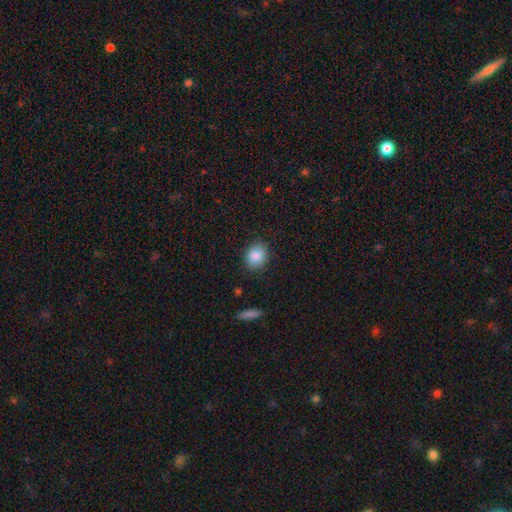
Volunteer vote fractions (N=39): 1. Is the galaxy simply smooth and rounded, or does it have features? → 85% smooth, 10% star or artifact, 5% featured or disk.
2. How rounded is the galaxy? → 64% round, 36% in between, 0% cigar-shaped.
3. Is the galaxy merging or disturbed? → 83% none, 9% minor disturbance, 9% major disturbance, 0% merger.